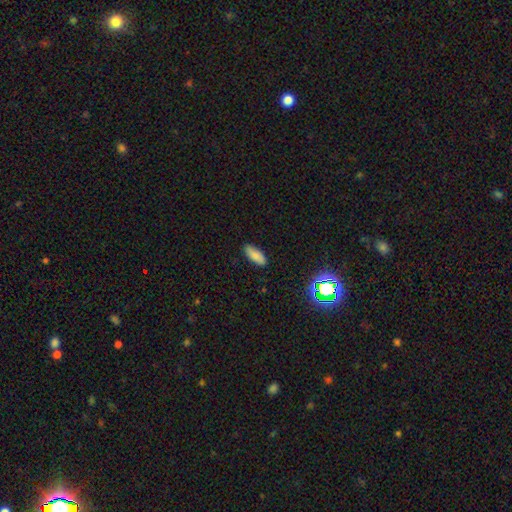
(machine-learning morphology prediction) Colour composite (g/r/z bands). It shows a smooth galaxy with no disk features (83%) that is in between round and cigar-shaped (76%). Merging: none (86%).